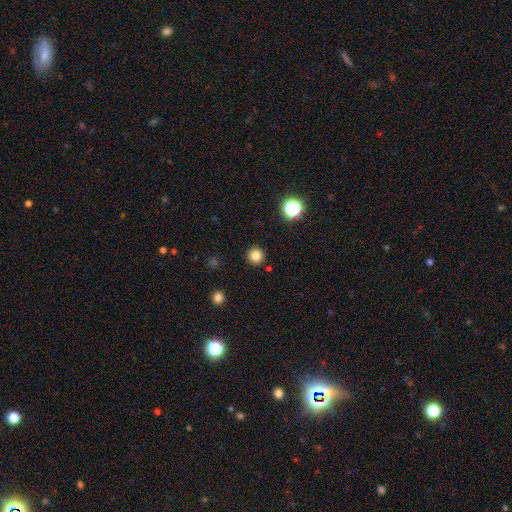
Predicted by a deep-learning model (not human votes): smooth-or-featured: smooth: 81% | star or artifact: 14% | featured or disk: 5%
  how-rounded: round: 96% | in between: 3% | cigar-shaped: 1%
  merging: none: 92% | minor disturbance: 5% | major disturbance: 2% | merger: 1%